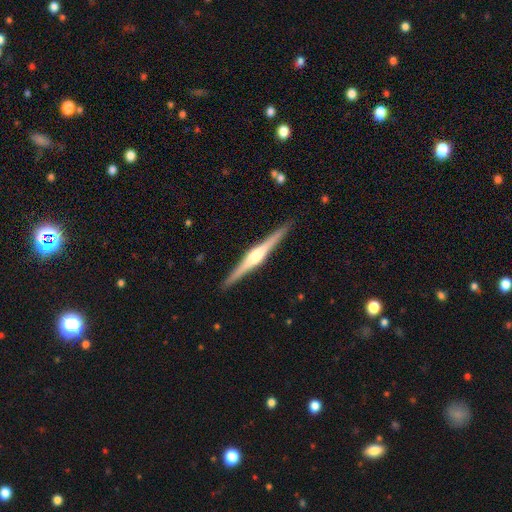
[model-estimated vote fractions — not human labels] A featured or disk galaxy (81%) viewed edge-on (99%) with a rounded central bulge (83%). Merging: none (92%).